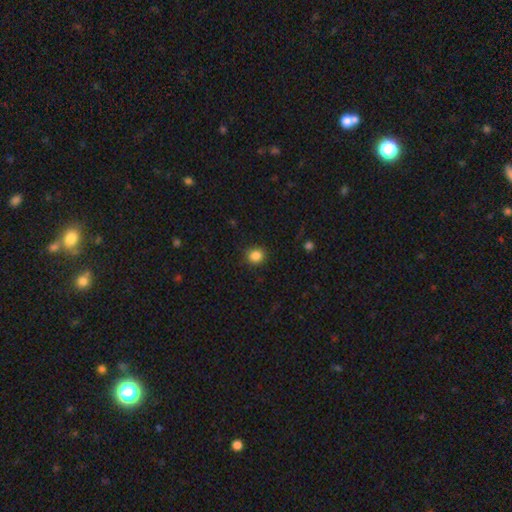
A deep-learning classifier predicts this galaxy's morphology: Smooth or featured? Predicted: smooth (p=0.86). How rounded? Predicted: round (p=0.83). Merging? Predicted: none (p=0.88).